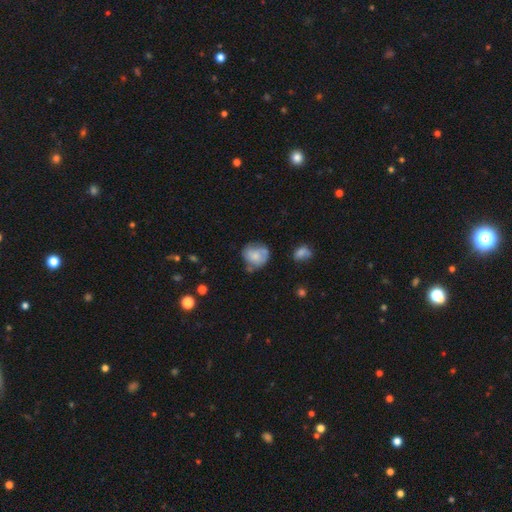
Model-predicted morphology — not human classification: smooth_or_featured: smooth (p=0.61) [alt: featured or disk p=0.31]
how_rounded: round (p=0.71) [alt: in between p=0.28]
merging: none (p=0.48) [alt: minor disturbance p=0.30]